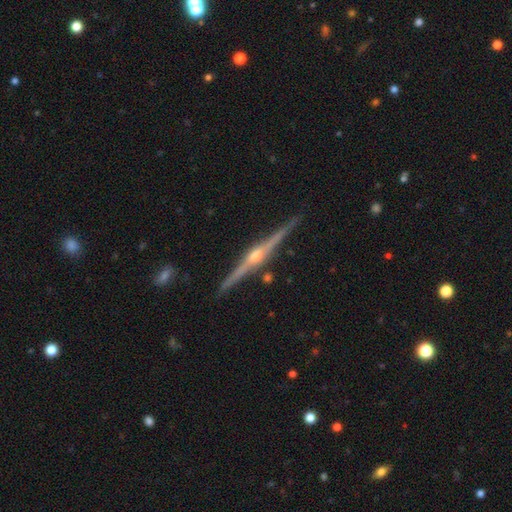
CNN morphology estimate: type=featured or disk (90%); edge-on=yes (99%); edge-on bulge=rounded (91%); merging=none (90%).